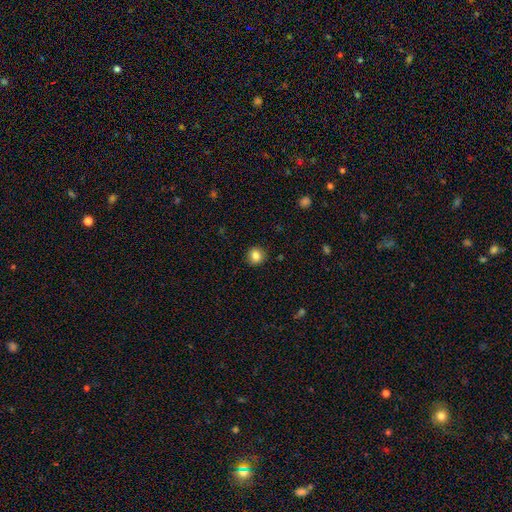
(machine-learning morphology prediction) Smooth or featured?
  - smooth: 84% *
  - star or artifact: 10%
  - featured or disk: 5%
How rounded?
  - round: 85% *
  - in between: 14%
  - cigar-shaped: 1%
Merging?
  - none: 90% *
  - minor disturbance: 7%
  - major disturbance: 2%
  - merger: 1%